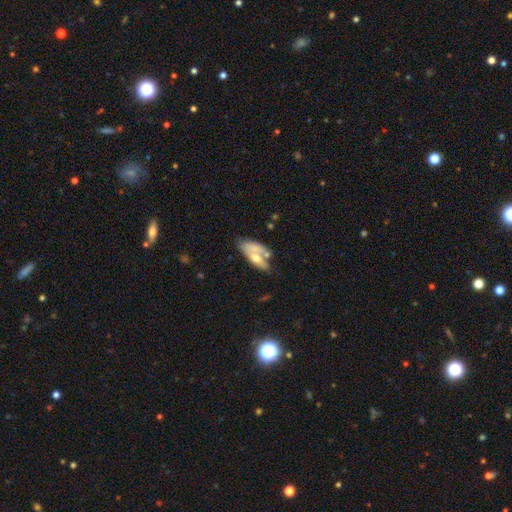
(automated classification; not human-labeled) Morphology: type=smooth (56%); roundness=in between (80%); merging=merger (33%).